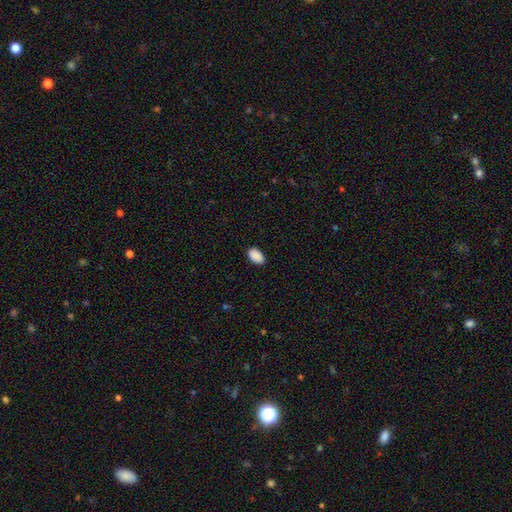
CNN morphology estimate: smooth-or-featured: smooth: 91% | star or artifact: 7% | featured or disk: 2%
  how-rounded: in between: 93% | round: 6% | cigar-shaped: 1%
  merging: none: 87% | minor disturbance: 10% | major disturbance: 2% | merger: 1%